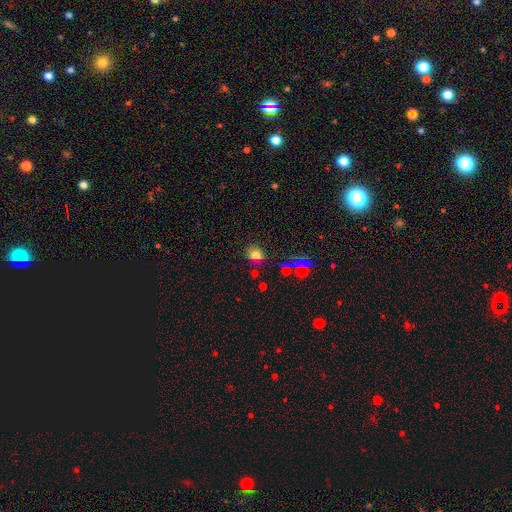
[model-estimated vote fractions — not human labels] Smooth or featured? Predicted: smooth (p=0.74). How rounded? Predicted: round (p=0.72). Merging? Predicted: none (p=0.80).